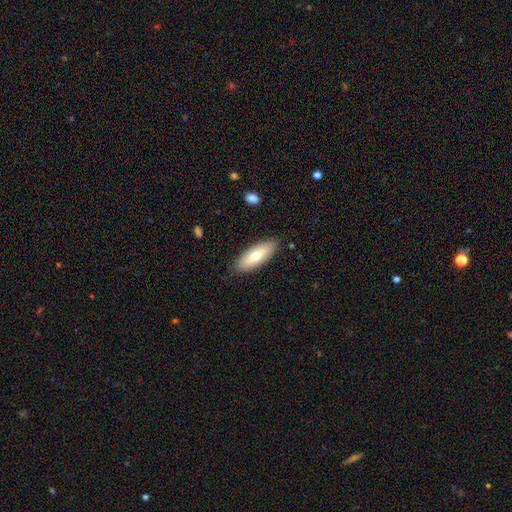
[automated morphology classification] A smooth galaxy with no disk features (67%) that is in between round and cigar-shaped (67%). Merging: none (87%).